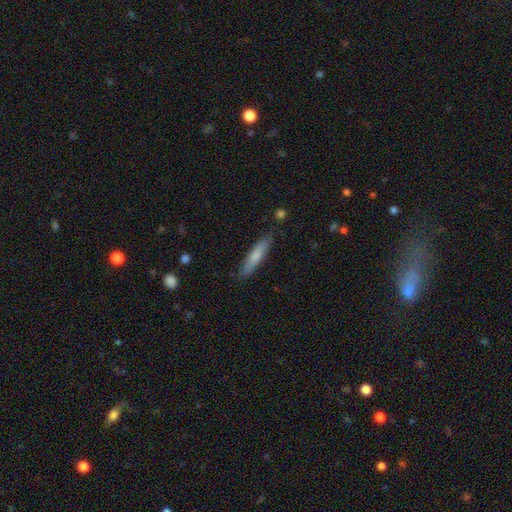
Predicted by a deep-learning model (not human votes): Smooth or featured? Predicted: smooth (p=0.69). How rounded? Predicted: cigar-shaped (p=0.87). Merging? Predicted: none (p=0.86).